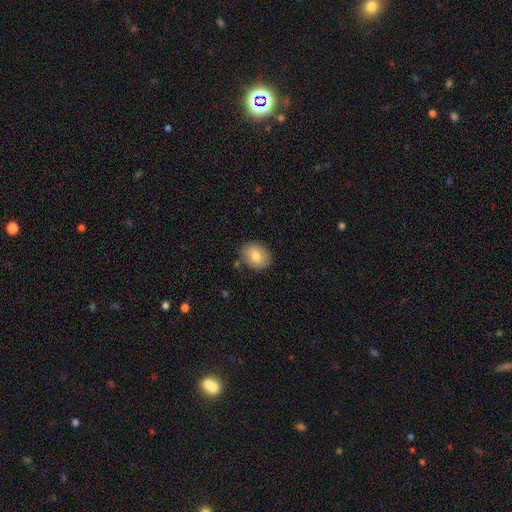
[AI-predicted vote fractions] Q: Smooth or featured?
A: smooth (77%); runner-up: featured or disk (16%)
Q: How rounded?
A: in between (57%); runner-up: round (42%)
Q: Merging?
A: none (84%); runner-up: minor disturbance (11%)